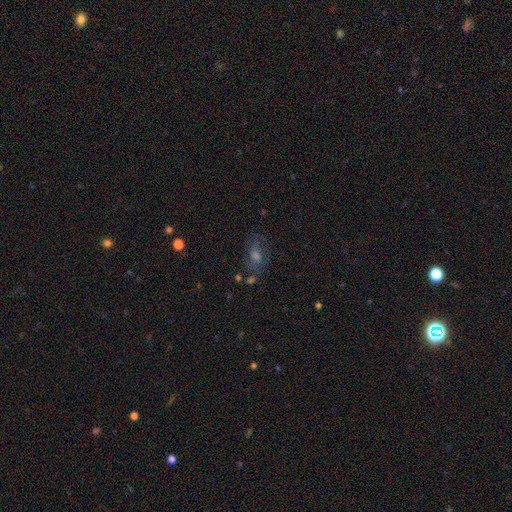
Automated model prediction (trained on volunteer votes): smooth_or_featured: featured or disk (p=0.37) [alt: smooth p=0.35]
merging: none (p=0.69) [alt: minor disturbance p=0.16]